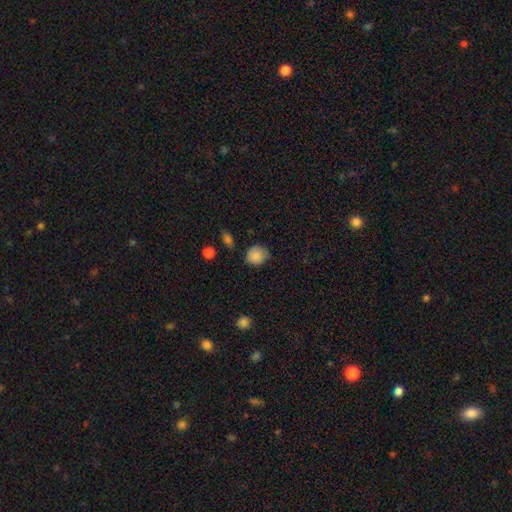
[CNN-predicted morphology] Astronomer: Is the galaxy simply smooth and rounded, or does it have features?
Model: smooth — 84%.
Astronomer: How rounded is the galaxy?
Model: round — 75%.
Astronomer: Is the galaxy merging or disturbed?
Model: none — 67%.